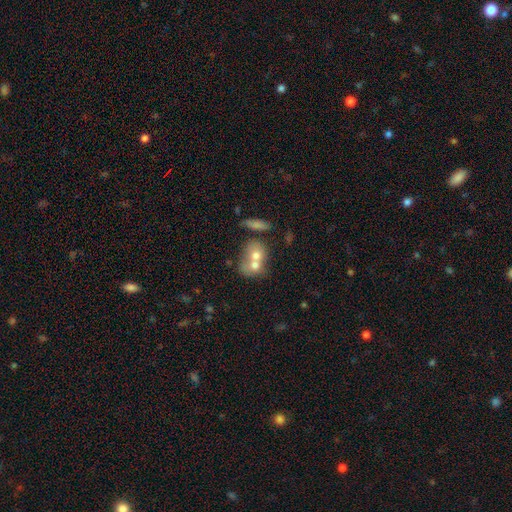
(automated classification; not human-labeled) This is likely a smooth galaxy (65%). How rounded: possibly round (51%). Merging: likely merger (72%).